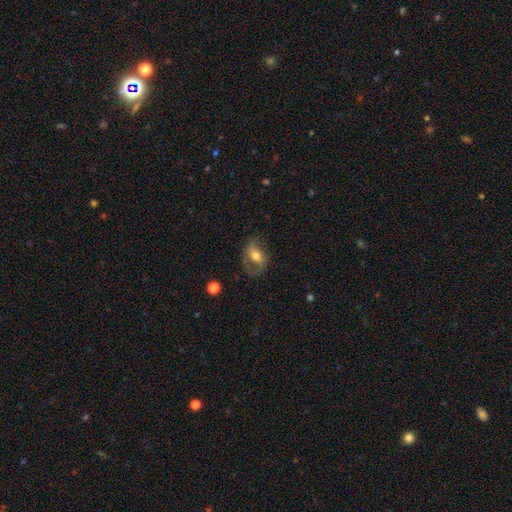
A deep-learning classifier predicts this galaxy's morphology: Smooth or featured: featured or disk — 57% (smooth — 35%)
Edge-on disk: no — 93% (yes — 7%)
Bar: weak — 36% (no — 33%)
Spiral arms: yes — 73% (no — 27%)
Bulge size: moderate — 69% (small — 18%)
Merging: none — 63% (minor disturbance — 21%)